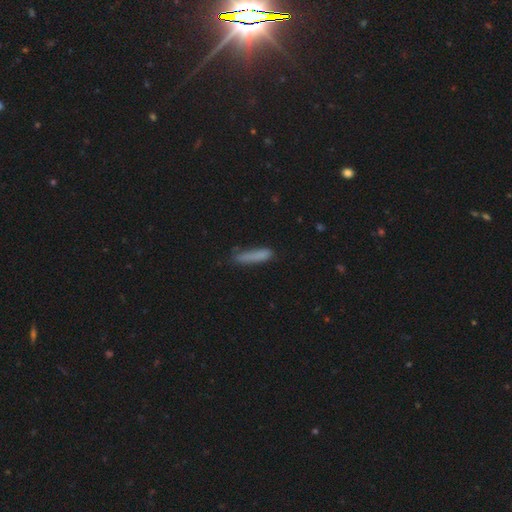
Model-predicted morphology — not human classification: A smooth galaxy with no disk features (81%) that is cigar-shaped (86%).

Vote fractions:
- Smooth or featured? smooth: 81% / featured or disk: 11% / star or artifact: 8%
- How rounded? cigar-shaped: 86% / in between: 12% / round: 2%
- Merging? none: 71% / minor disturbance: 21% / major disturbance: 6% / merger: 3%